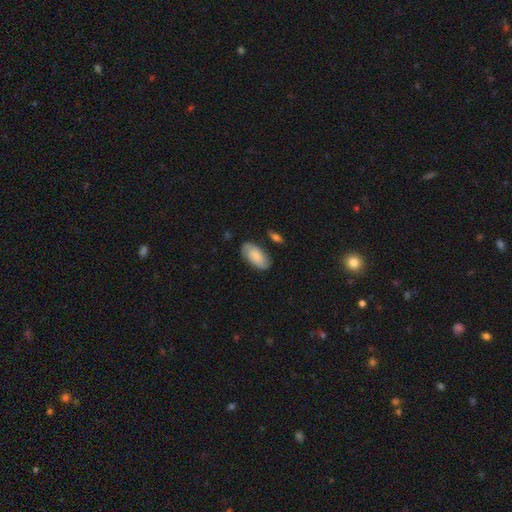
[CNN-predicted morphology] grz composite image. It shows a smooth galaxy with no disk features (68%) that is in between round and cigar-shaped (94%). Merging: none (78%).